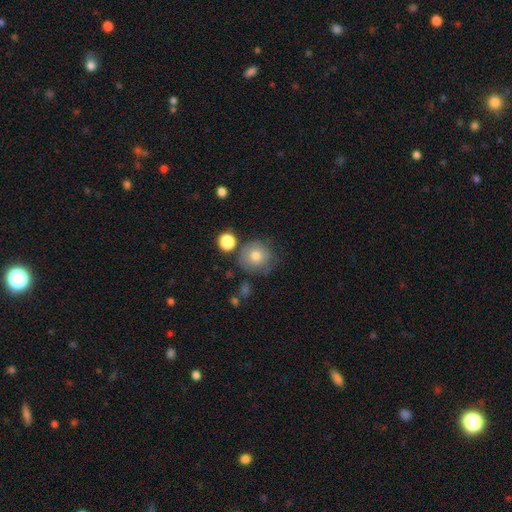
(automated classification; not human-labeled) A smooth galaxy with no disk features (75%) that is round (89%).

Vote fractions:
- Smooth or featured? smooth: 75% / featured or disk: 15% / star or artifact: 10%
- How rounded? round: 89% / in between: 10% / cigar-shaped: 1%
- Merging? none: 66% / minor disturbance: 20% / merger: 7% / major disturbance: 7%